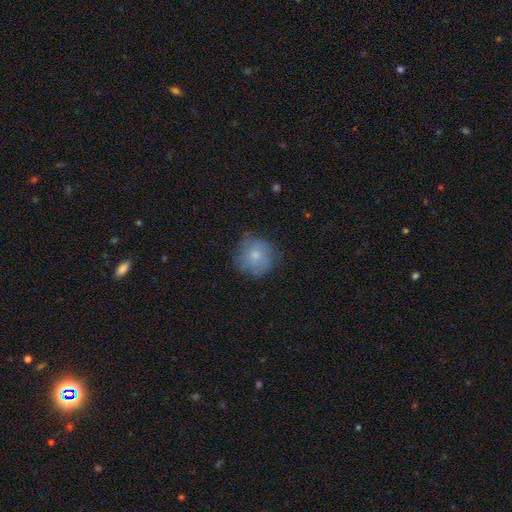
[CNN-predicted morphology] type=smooth (76%); roundness=round (91%); merging=none (75%).